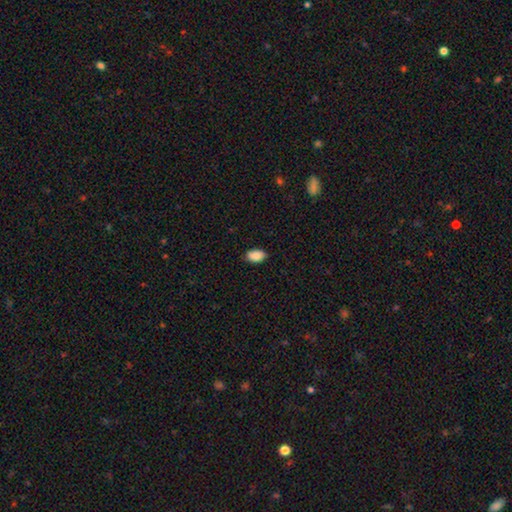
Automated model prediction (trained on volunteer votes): Q: Smooth or featured?
A: smooth (90%); runner-up: star or artifact (7%)
Q: How rounded?
A: in between (92%); runner-up: round (7%)
Q: Merging?
A: none (86%); runner-up: minor disturbance (11%)